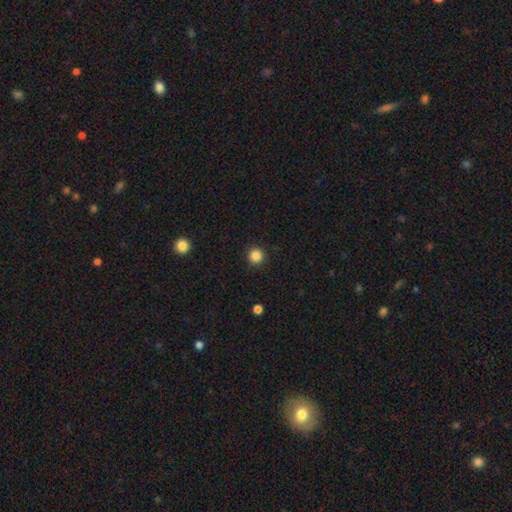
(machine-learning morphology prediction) Smooth or featured? smooth (86%)
How rounded? round (95%)
Merging? none (93%)